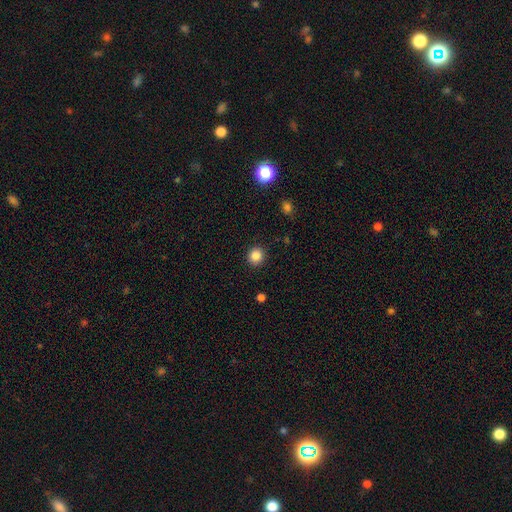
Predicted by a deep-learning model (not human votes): A smooth galaxy with no disk features (85%) that is round (91%).

Vote fractions:
- Smooth or featured? smooth: 85% / star or artifact: 11% / featured or disk: 4%
- How rounded? round: 91% / in between: 9% / cigar-shaped: 1%
- Merging? none: 92% / minor disturbance: 5% / major disturbance: 2% / merger: 1%